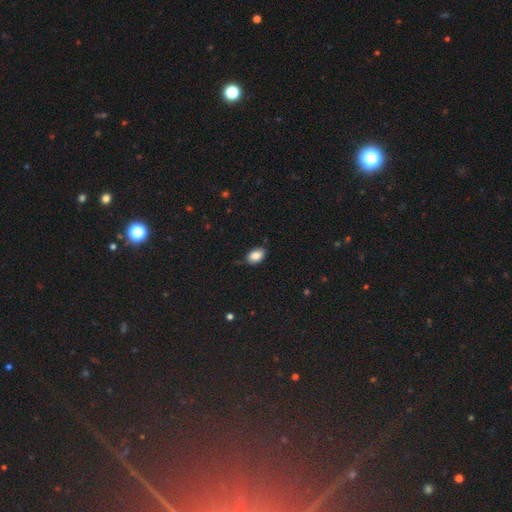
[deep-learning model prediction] Smooth or featured? smooth (85%)
How rounded? in between (87%)
Merging? none (80%)